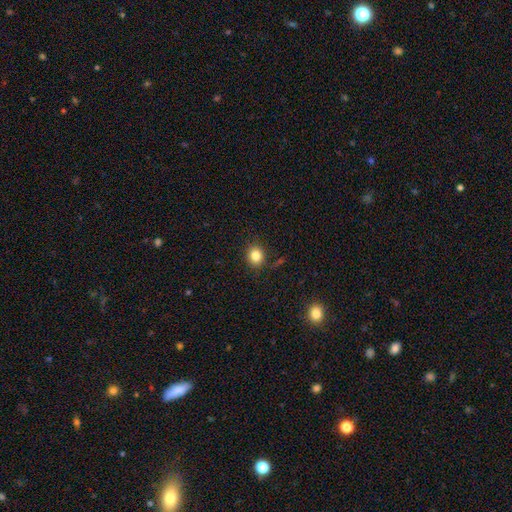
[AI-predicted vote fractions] A smooth galaxy with no disk features (83%) that is round (74%).

Vote fractions:
- Smooth or featured? smooth: 83% / star or artifact: 11% / featured or disk: 5%
- How rounded? round: 74% / in between: 25% / cigar-shaped: 1%
- Merging? none: 87% / minor disturbance: 9% / major disturbance: 3% / merger: 2%